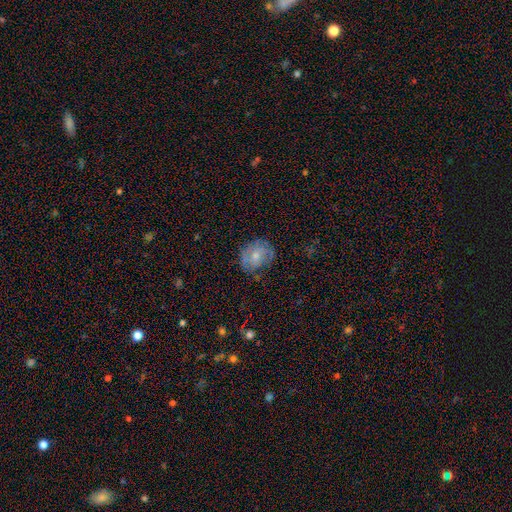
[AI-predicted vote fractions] smooth-or-featured: smooth: 51% | featured or disk: 40% | star or artifact: 8%
  how-rounded: round: 60% | in between: 39% | cigar-shaped: 1%
  merging: none: 64% | minor disturbance: 24% | major disturbance: 10% | merger: 2%